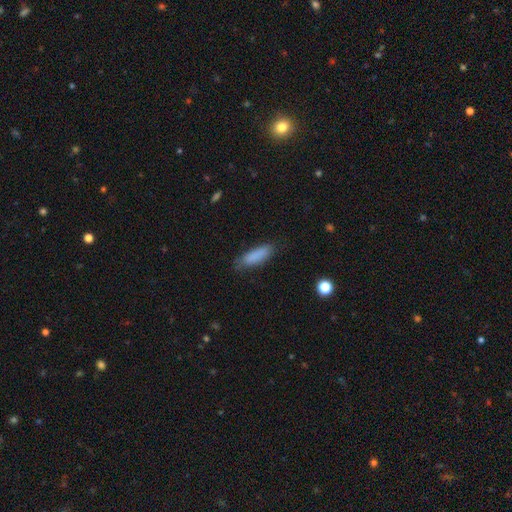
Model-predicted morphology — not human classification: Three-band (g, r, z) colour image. It shows a smooth galaxy with no disk features (85%) that is cigar-shaped (50%). Merging: none (77%).